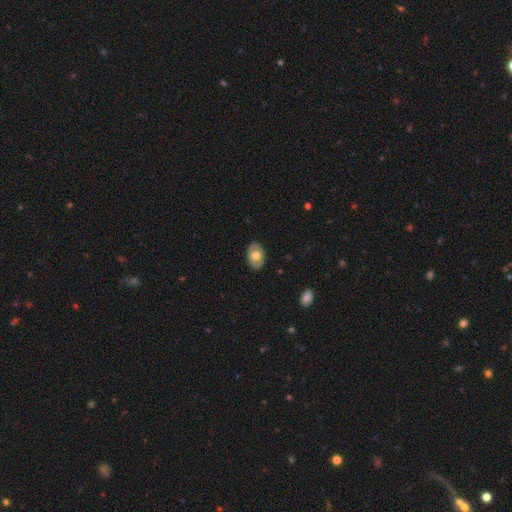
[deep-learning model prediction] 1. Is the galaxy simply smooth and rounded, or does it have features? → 61% smooth, 33% featured or disk, 6% star or artifact.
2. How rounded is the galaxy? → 84% in between, 15% round, 1% cigar-shaped.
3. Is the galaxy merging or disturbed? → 86% none, 11% minor disturbance, 2% major disturbance, 1% merger.